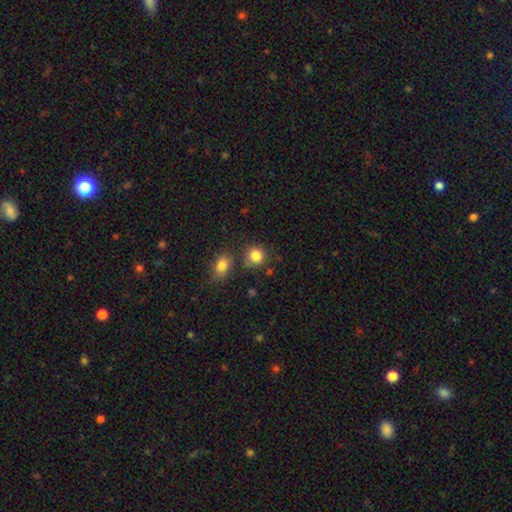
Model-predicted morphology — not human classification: This is clearly a smooth galaxy (85%). How rounded: clearly round (83%). Merging: likely none (73%).